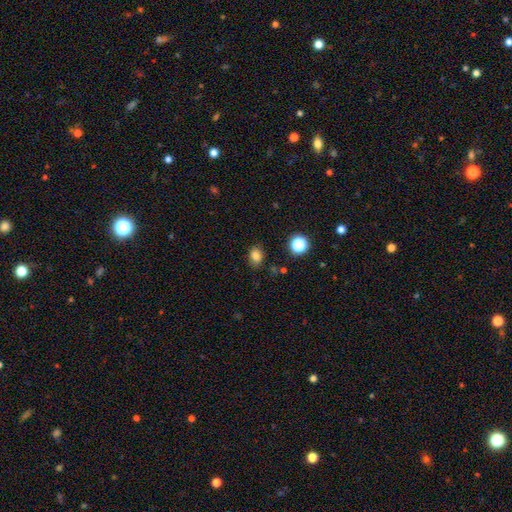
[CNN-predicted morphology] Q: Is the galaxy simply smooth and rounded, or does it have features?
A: smooth — 81%.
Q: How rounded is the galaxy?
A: in between — 58%.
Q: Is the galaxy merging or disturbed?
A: none — 82%.